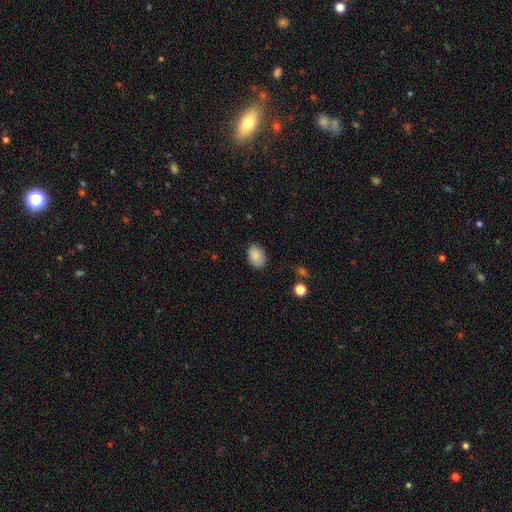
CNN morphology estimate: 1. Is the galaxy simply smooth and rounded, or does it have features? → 88% smooth, 8% star or artifact, 5% featured or disk.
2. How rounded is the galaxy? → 80% in between, 19% round, 1% cigar-shaped.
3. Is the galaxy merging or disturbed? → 85% none, 12% minor disturbance, 2% major disturbance, 1% merger.